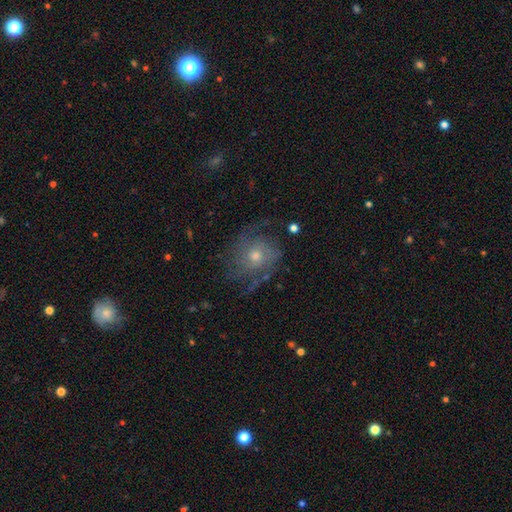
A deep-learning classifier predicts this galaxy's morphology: type=featured or disk (69%); edge-on=no (97%); bar=no (79%); spiral arms=yes (87%); winding=medium (41%); arm count=2 (36%); bulge=moderate (56%); merging=none (65%).